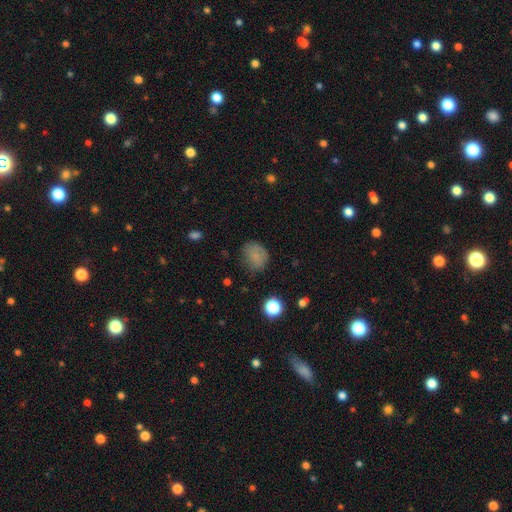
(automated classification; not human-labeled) smooth_or_featured: smooth (p=0.78) [alt: star or artifact p=0.13]
how_rounded: round (p=0.58) [alt: in between p=0.41]
merging: none (p=0.70) [alt: minor disturbance p=0.21]